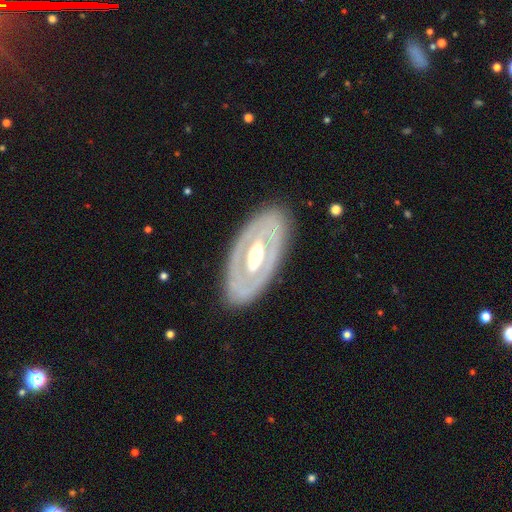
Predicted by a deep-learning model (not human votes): Smooth or featured: featured or disk — 77% (smooth — 19%)
Edge-on disk: no — 88% (yes — 12%)
Bar: no — 45% (strong — 29%)
Spiral arms: no — 68% (yes — 32%)
Bulge size: moderate — 68% (large — 19%)
Merging: none — 83% (minor disturbance — 12%)